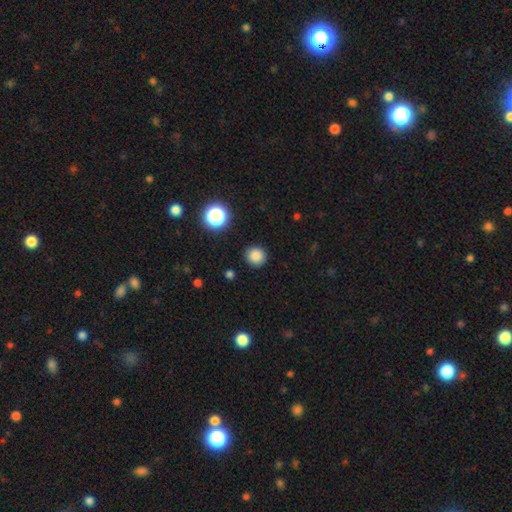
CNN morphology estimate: smooth-or-featured: smooth: 84% | star or artifact: 12% | featured or disk: 4%
  how-rounded: round: 93% | in between: 6% | cigar-shaped: 1%
  merging: none: 90% | minor disturbance: 6% | major disturbance: 2% | merger: 1%